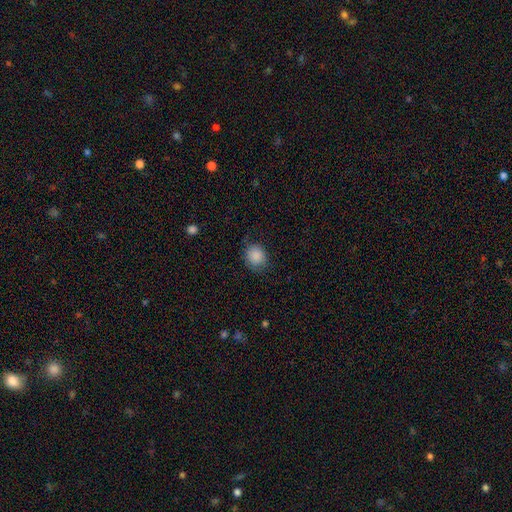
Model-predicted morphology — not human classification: Smooth or featured?
  - smooth: 87% *
  - star or artifact: 8%
  - featured or disk: 4%
How rounded?
  - round: 75% *
  - in between: 24%
  - cigar-shaped: 1%
Merging?
  - none: 79% *
  - minor disturbance: 16%
  - major disturbance: 4%
  - merger: 1%